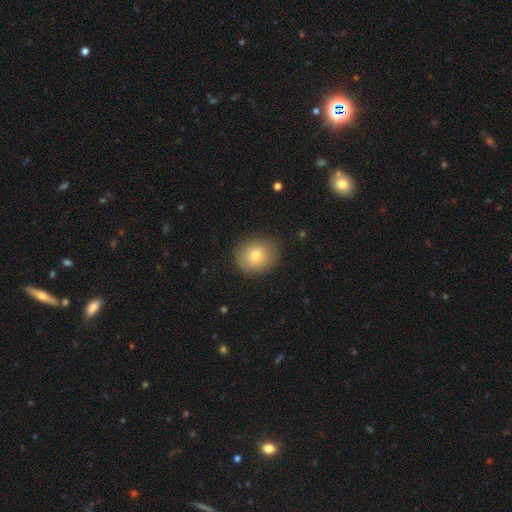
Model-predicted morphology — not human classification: A smooth galaxy with no disk features (77%) that is round (74%).

Vote fractions:
- Smooth or featured? smooth: 77% / featured or disk: 12% / star or artifact: 11%
- How rounded? round: 74% / in between: 25% / cigar-shaped: 1%
- Merging? none: 87% / minor disturbance: 9% / major disturbance: 3% / merger: 1%